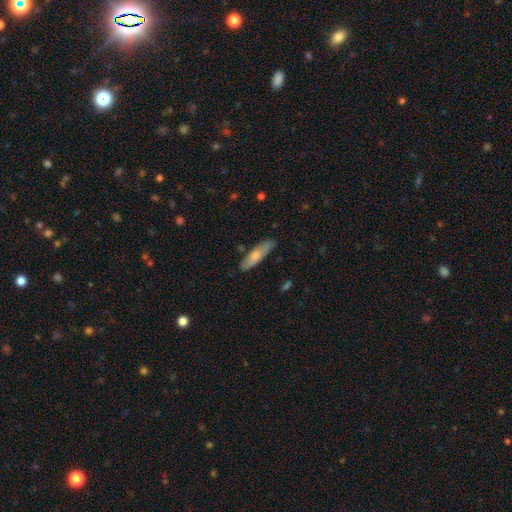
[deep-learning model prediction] Q: Smooth or featured?
A: smooth (67%); runner-up: featured or disk (28%)
Q: How rounded?
A: cigar-shaped (69%); runner-up: in between (29%)
Q: Merging?
A: none (83%); runner-up: minor disturbance (13%)